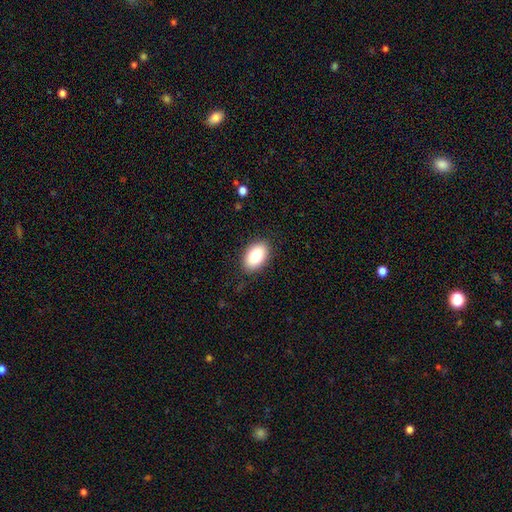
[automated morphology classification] A smooth galaxy with no disk features (85%) that is in between round and cigar-shaped (92%).

Vote fractions:
- Smooth or featured? smooth: 85% / featured or disk: 8% / star or artifact: 7%
- How rounded? in between: 92% / round: 7% / cigar-shaped: 1%
- Merging? none: 87% / minor disturbance: 10% / major disturbance: 3% / merger: 1%